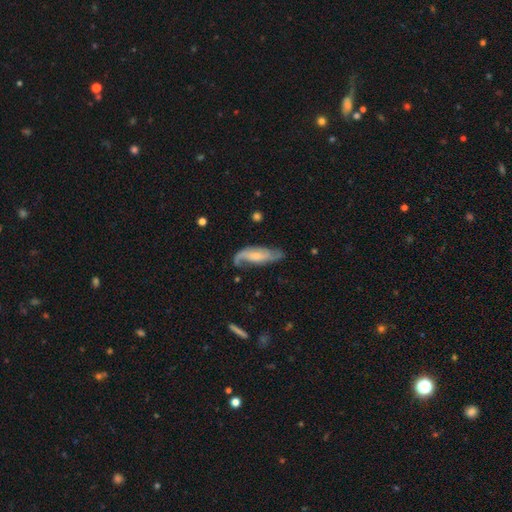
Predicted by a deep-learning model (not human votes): Smooth or featured: featured or disk — 75% (smooth — 19%)
Edge-on disk: no — 87% (yes — 13%)
Bar: no — 52% (weak — 34%)
Spiral arms: yes — 93% (no — 7%)
Spiral winding: loose — 45% (medium — 38%)
Spiral arm count: 2 — 79% (1 — 8%)
Bulge size: small — 57% (moderate — 32%)
Merging: none — 63% (minor disturbance — 23%)